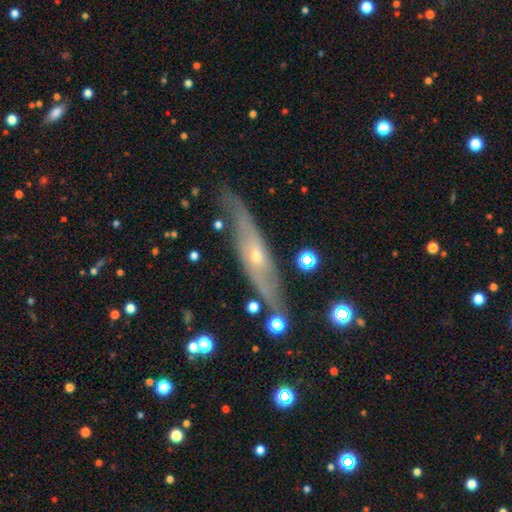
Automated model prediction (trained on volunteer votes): Smooth or featured? featured or disk (70%)
Edge-on disk? yes (59%)
Merging? none (74%)